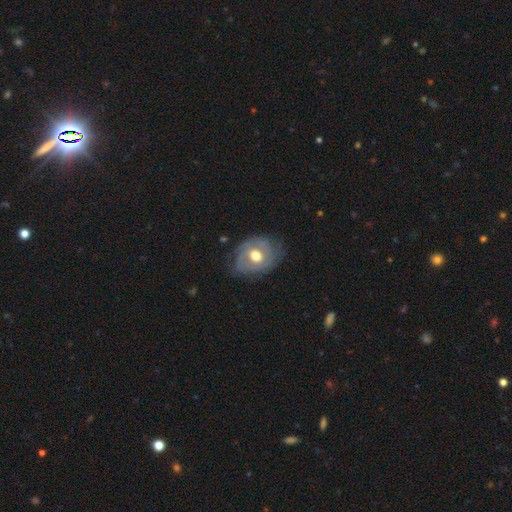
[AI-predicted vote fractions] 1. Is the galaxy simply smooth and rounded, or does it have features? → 60% featured or disk, 33% smooth, 6% star or artifact.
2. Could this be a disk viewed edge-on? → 95% no, 5% yes.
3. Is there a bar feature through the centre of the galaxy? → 76% no, 20% weak, 4% strong.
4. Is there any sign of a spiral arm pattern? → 60% yes, 40% no.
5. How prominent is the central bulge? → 71% moderate, 23% large, 4% small, 1% dominant, 1% none.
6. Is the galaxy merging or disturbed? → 64% none, 25% minor disturbance, 10% major disturbance, 1% merger.